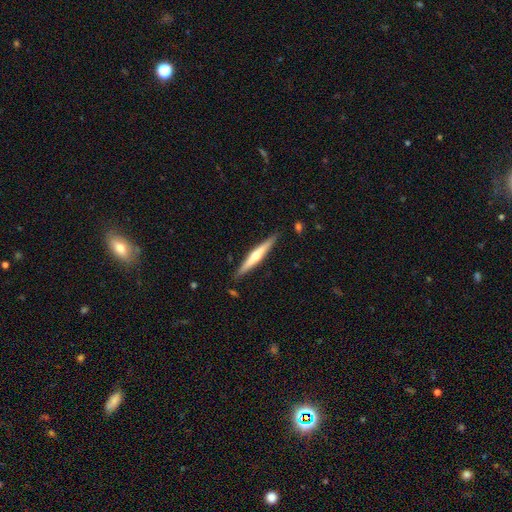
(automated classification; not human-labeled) A featured or disk galaxy (57%) viewed edge-on (97%) with a rounded central bulge (76%).

Vote fractions:
- Smooth or featured? featured or disk: 57% / smooth: 38% / star or artifact: 5%
- Edge-on disk? yes: 97% / no: 3%
- Edge-on bulge? rounded: 76% / none: 19% / boxy: 6%
- Merging? none: 88% / minor disturbance: 9% / merger: 2% / major disturbance: 2%